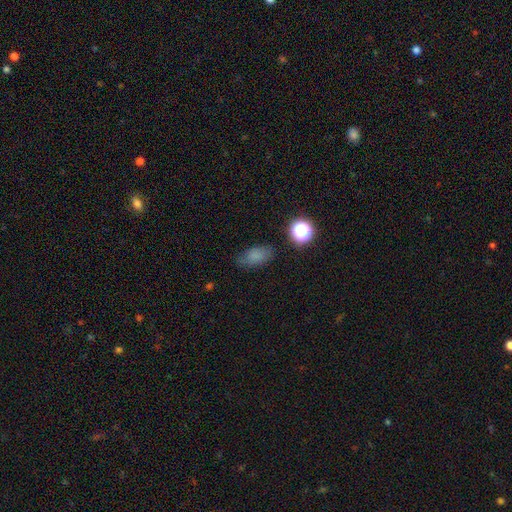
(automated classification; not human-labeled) A smooth galaxy with no disk features (78%) that is in between round and cigar-shaped (86%).

Vote fractions:
- Smooth or featured? smooth: 78% / star or artifact: 14% / featured or disk: 8%
- How rounded? in between: 86% / round: 11% / cigar-shaped: 3%
- Merging? none: 71% / minor disturbance: 20% / major disturbance: 6% / merger: 3%